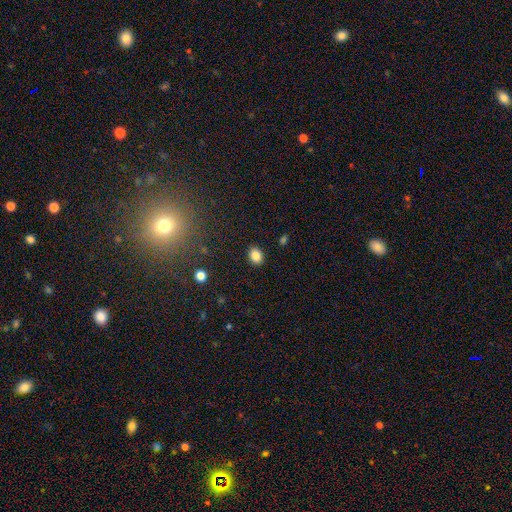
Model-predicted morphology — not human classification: smooth-or-featured: smooth: 85% | star or artifact: 10% | featured or disk: 5%
  how-rounded: in between: 57% | round: 42% | cigar-shaped: 1%
  merging: none: 90% | minor disturbance: 7% | major disturbance: 2% | merger: 1%